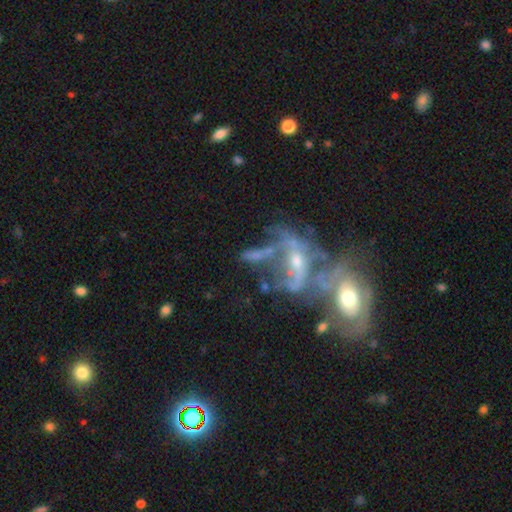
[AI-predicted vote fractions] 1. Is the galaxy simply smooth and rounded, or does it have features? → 59% featured or disk, 23% smooth, 18% star or artifact.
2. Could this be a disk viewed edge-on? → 91% no, 9% yes.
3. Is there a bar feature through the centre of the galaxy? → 64% no, 24% weak, 12% strong.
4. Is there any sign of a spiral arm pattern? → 56% no, 44% yes.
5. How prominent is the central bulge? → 40% moderate, 38% small, 14% none, 5% large, 2% dominant.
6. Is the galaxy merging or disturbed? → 47% merger, 22% none, 21% major disturbance, 11% minor disturbance.